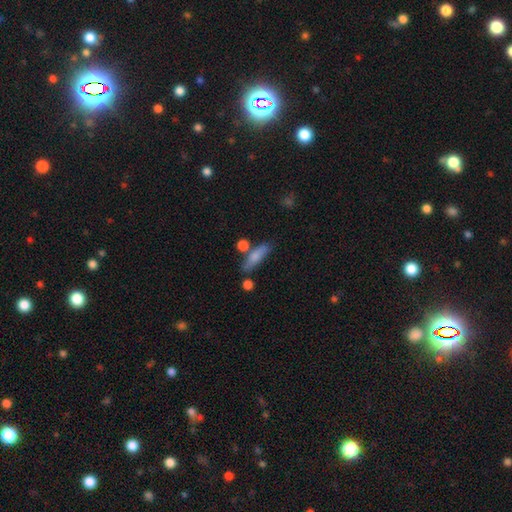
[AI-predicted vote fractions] A smooth galaxy with no disk features (75%) that is cigar-shaped (59%).

Vote fractions:
- Smooth or featured? smooth: 75% / featured or disk: 17% / star or artifact: 7%
- How rounded? cigar-shaped: 59% / in between: 37% / round: 5%
- Merging? none: 65% / minor disturbance: 16% / merger: 13% / major disturbance: 6%